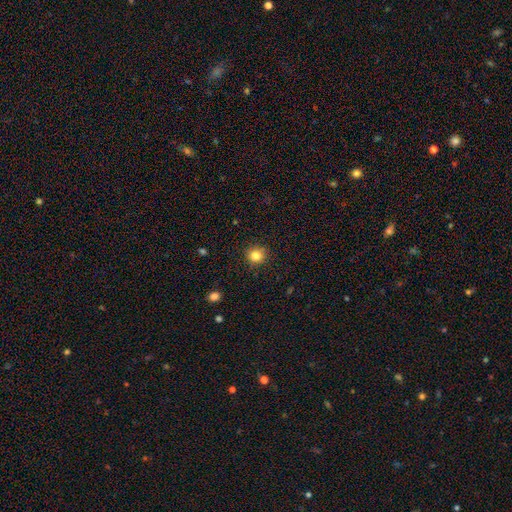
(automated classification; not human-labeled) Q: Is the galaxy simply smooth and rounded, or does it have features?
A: smooth — 83%.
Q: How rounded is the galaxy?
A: round — 91%.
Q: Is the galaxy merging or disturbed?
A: none — 89%.